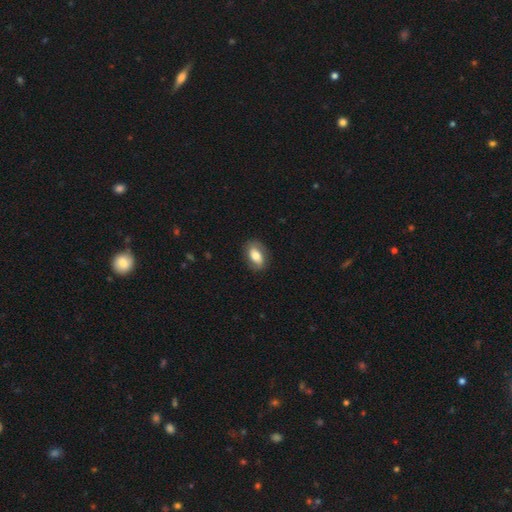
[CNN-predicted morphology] Smooth or featured? Predicted: smooth (p=0.62). How rounded? Predicted: in between (p=0.87). Merging? Predicted: none (p=0.80).